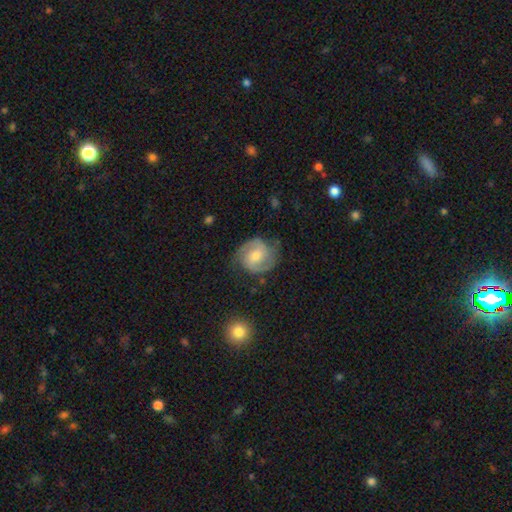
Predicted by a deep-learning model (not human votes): Overall: featured or disk (78%). Edge-on disk: no (98%). Bar: weak (44%, tied with no). Spiral arms: yes (95%). Spiral arm count: 2 (89%). Spiral winding: medium (47%; tight 41%). Bulge size: moderate (58%; small 34%). Merging: none (76%).